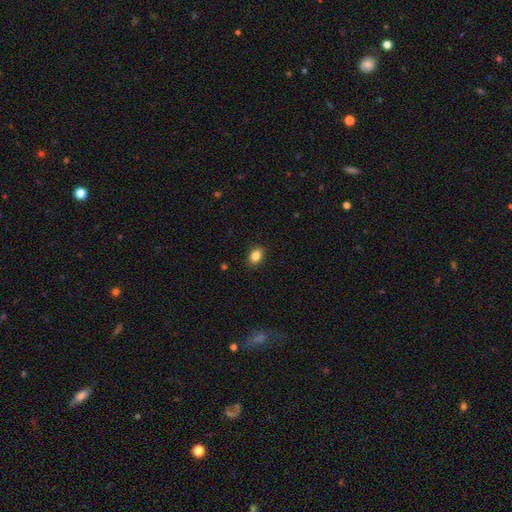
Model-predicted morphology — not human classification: Q: Smooth or featured?
A: smooth (86%); runner-up: star or artifact (9%)
Q: How rounded?
A: in between (77%); runner-up: round (22%)
Q: Merging?
A: none (89%); runner-up: minor disturbance (8%)